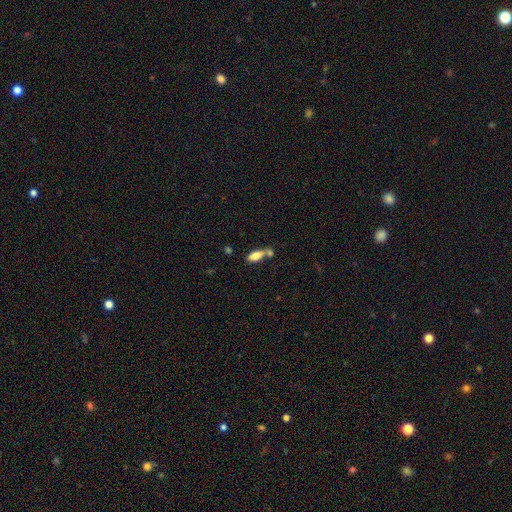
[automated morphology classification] smooth 81%, featured or disk 11%, star or artifact 8%. Down the decision tree: how rounded — in between (80%); merging — merger (40%, tied with none).